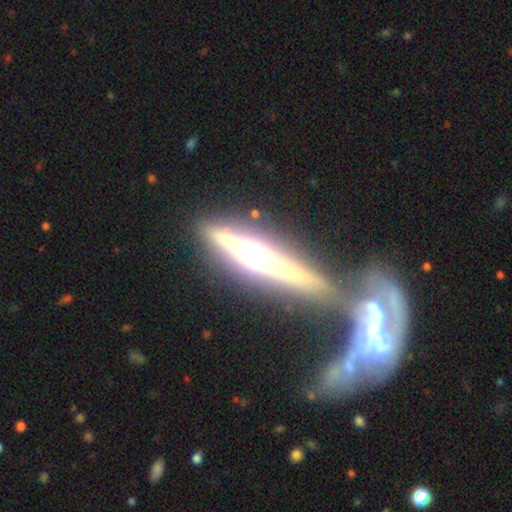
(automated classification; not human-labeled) This appears to be a featured or disk galaxy (79%) viewed edge-on (91%) with a rounded central bulge (66%). Merging: none (45%).